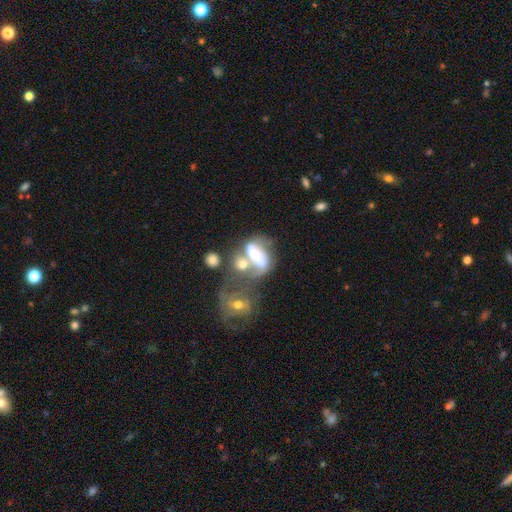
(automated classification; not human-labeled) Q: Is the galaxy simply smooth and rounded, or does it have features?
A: featured or disk — 49%.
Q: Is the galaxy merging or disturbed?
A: merger — 54%.